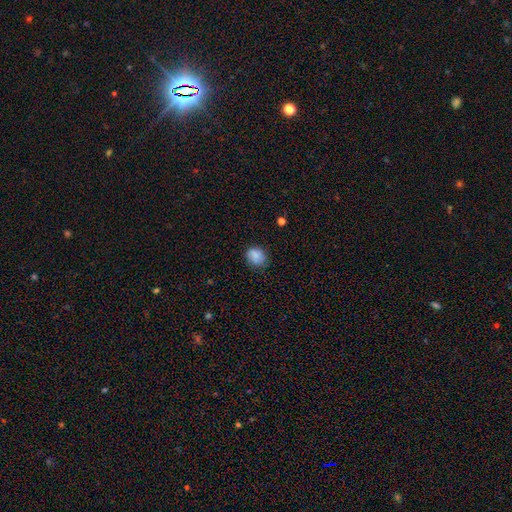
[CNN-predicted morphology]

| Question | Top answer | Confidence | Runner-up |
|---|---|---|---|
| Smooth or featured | smooth | 82% | featured or disk (9%) |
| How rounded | round | 57% | in between (42%) |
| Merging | none | 72% | minor disturbance (22%) |